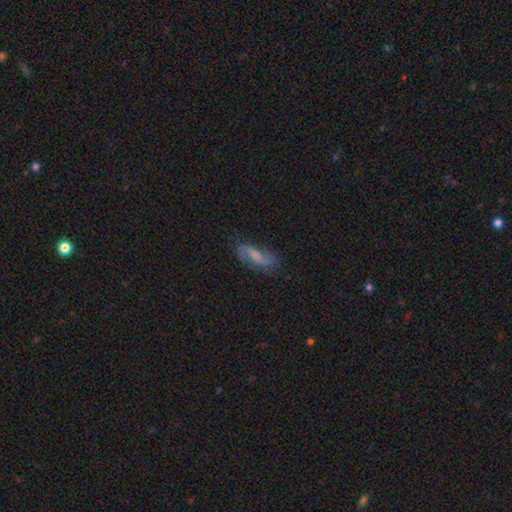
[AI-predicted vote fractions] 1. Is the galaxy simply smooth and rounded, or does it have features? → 64% featured or disk, 27% smooth, 8% star or artifact.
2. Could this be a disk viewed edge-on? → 91% no, 9% yes.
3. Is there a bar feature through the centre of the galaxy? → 47% weak, 30% no, 23% strong.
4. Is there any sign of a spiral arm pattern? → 91% yes, 9% no.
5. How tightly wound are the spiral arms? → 54% loose, 34% medium, 12% tight.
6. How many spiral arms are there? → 86% 2, 7% can't tell, 5% 1, 1% 3, 1% 4, 1% more than 4.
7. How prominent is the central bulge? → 36% none, 27% small, 27% moderate, 8% large, 2% dominant.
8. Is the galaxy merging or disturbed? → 70% none, 20% minor disturbance, 9% major disturbance, 2% merger.